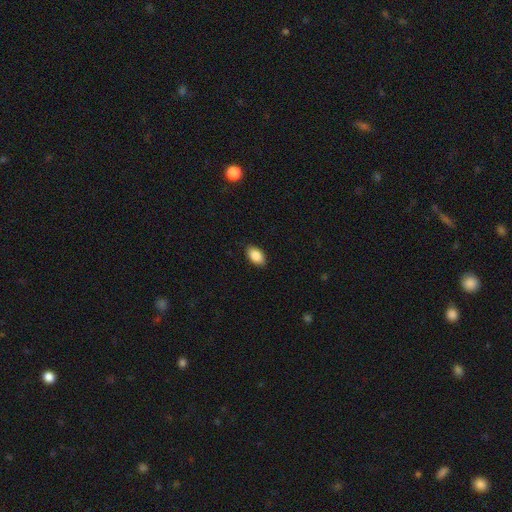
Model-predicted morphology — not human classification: Overall: smooth (88%). How rounded: in between (93%). Merging: none (89%).